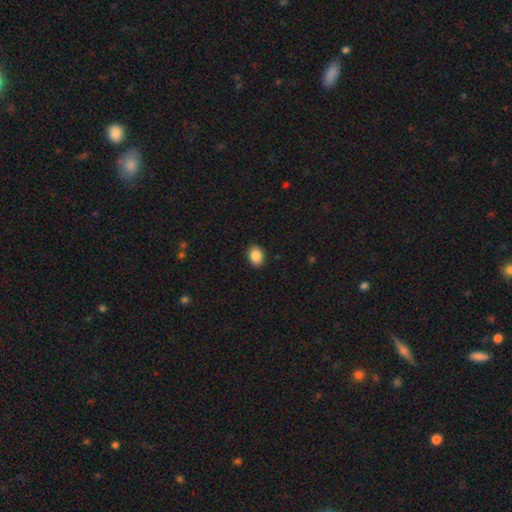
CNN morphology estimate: Smooth or featured: smooth — 88% (star or artifact — 8%)
How rounded: in between — 69% (round — 30%)
Merging: none — 90% (minor disturbance — 7%)